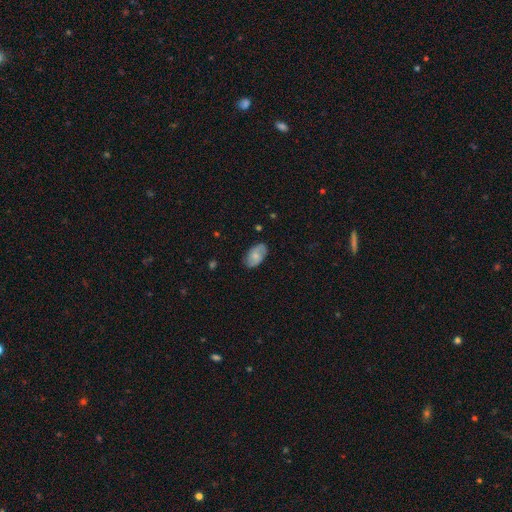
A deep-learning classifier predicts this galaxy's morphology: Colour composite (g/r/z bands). It shows a smooth galaxy with no disk features (57%) that is in between round and cigar-shaped (93%). Merging: none (80%).